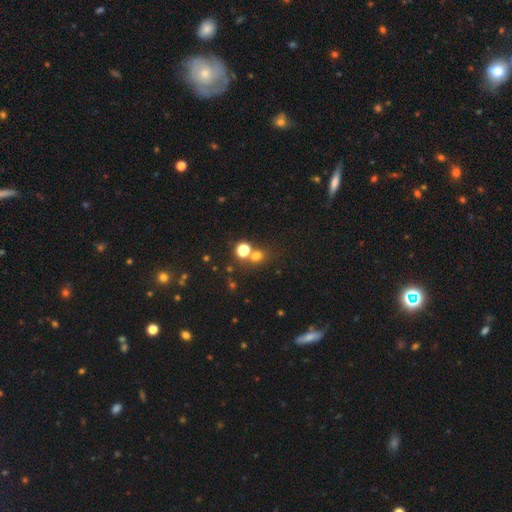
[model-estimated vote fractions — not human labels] This is likely a smooth galaxy (65%). How rounded: likely round (78%). Merging: likely none (62%).